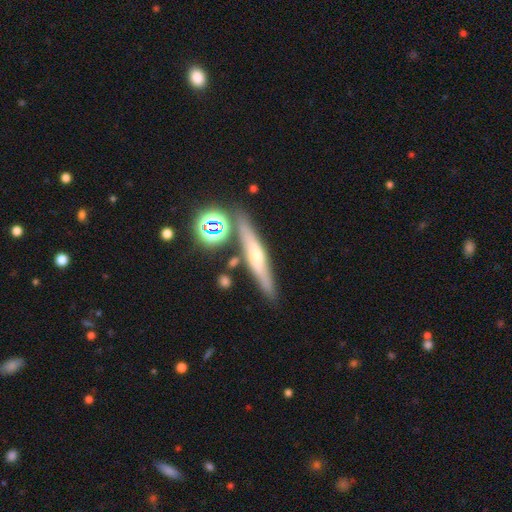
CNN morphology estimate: Q: Smooth or featured?
A: featured or disk (52%); runner-up: smooth (32%)
Q: Edge-on disk?
A: yes (90%); runner-up: no (10%)
Q: Merging?
A: none (81%); runner-up: minor disturbance (9%)